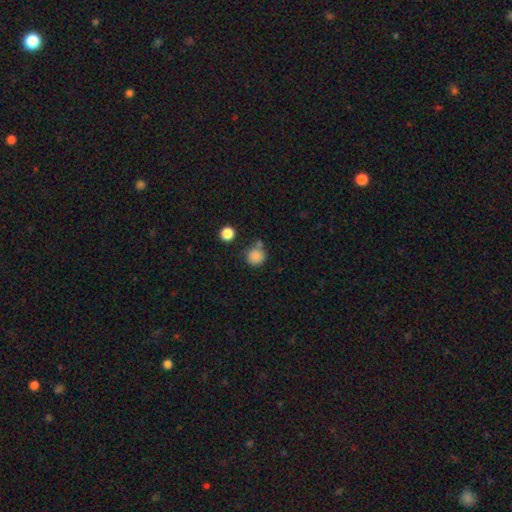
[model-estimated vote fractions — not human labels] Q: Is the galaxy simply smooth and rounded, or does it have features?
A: smooth — 85%.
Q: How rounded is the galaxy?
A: round — 91%.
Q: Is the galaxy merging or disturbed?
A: none — 64%.